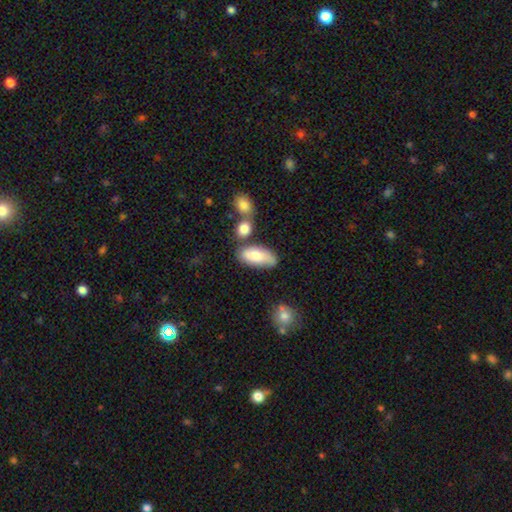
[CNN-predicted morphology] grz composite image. It shows a smooth galaxy with no disk features (76%) that is in between round and cigar-shaped (87%). Merging: none (56%).